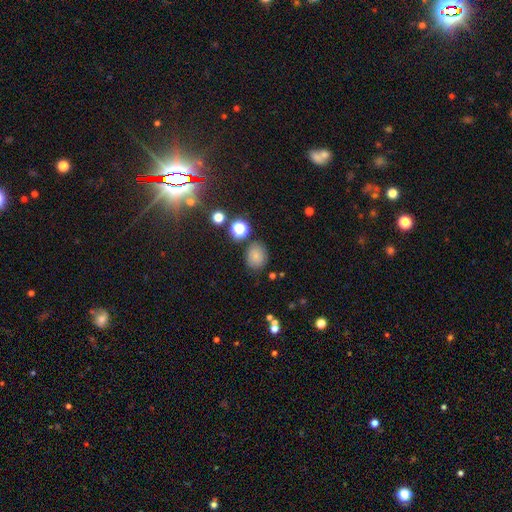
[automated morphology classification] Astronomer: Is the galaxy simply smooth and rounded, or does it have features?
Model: smooth — 76%.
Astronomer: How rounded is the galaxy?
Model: round — 61% (runner-up: in between, 38%).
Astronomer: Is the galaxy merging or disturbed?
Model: none — 77%.